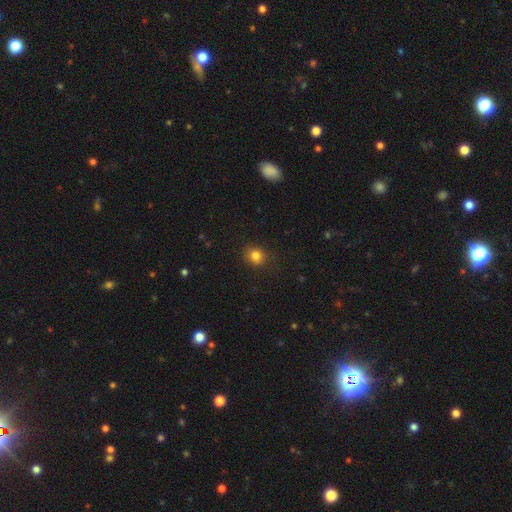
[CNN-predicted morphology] Smooth or featured?
  - smooth: 82% *
  - star or artifact: 12%
  - featured or disk: 6%
How rounded?
  - round: 74% *
  - in between: 25%
  - cigar-shaped: 1%
Merging?
  - none: 85% *
  - minor disturbance: 11%
  - major disturbance: 3%
  - merger: 1%